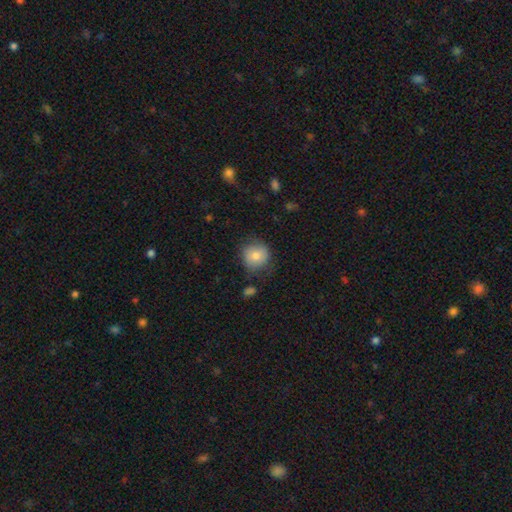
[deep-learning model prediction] Q: Smooth or featured?
A: smooth (77%); runner-up: featured or disk (15%)
Q: How rounded?
A: round (88%); runner-up: in between (11%)
Q: Merging?
A: none (71%); runner-up: minor disturbance (21%)